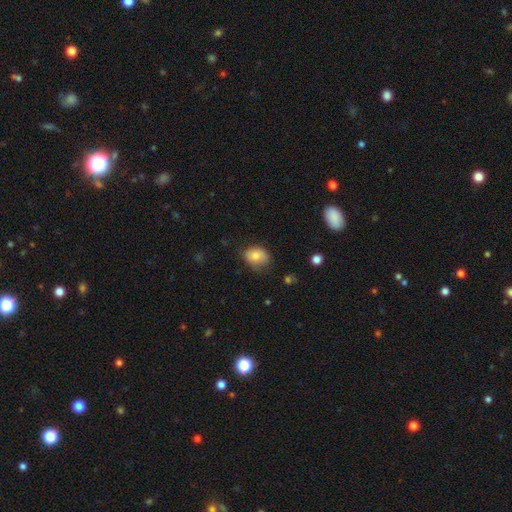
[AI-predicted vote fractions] Smooth or featured? smooth (78%)
How rounded? in between (59%)
Merging? none (66%)